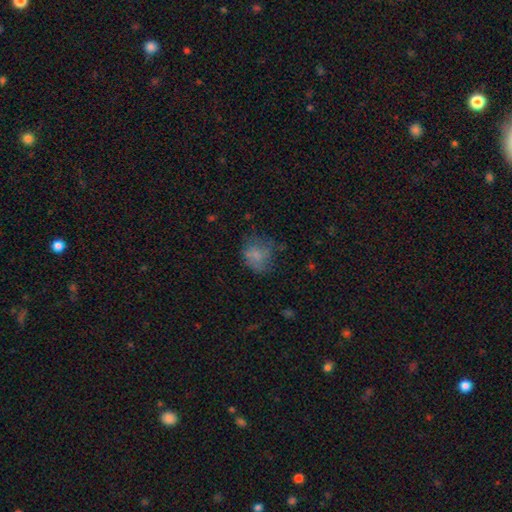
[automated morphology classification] Q: Smooth or featured?
A: smooth (65%); runner-up: featured or disk (21%)
Q: How rounded?
A: round (62%); runner-up: in between (37%)
Q: Merging?
A: none (51%); runner-up: minor disturbance (25%)